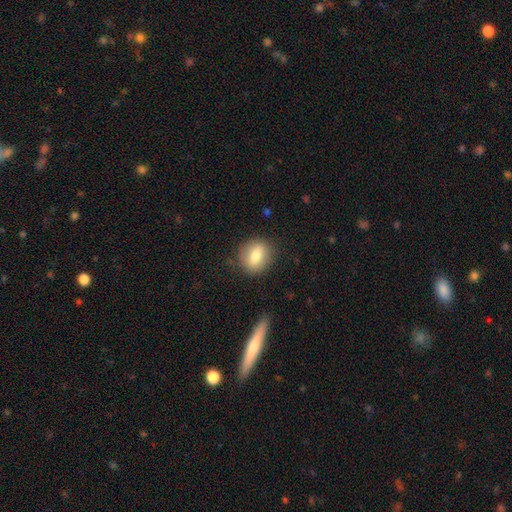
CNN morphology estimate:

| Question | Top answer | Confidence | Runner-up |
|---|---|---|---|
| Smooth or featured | smooth | 74% | featured or disk (18%) |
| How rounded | round | 71% | in between (28%) |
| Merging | none | 85% | minor disturbance (10%) |